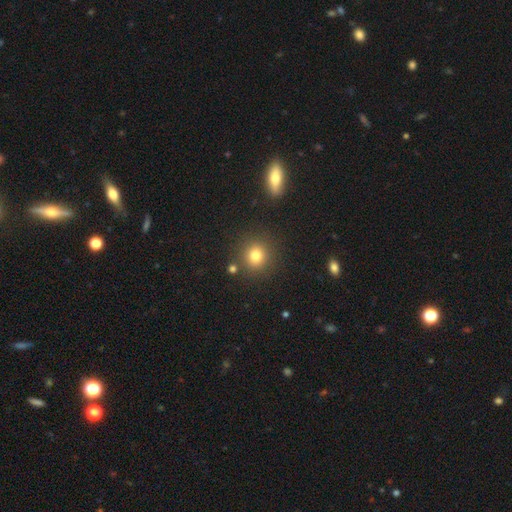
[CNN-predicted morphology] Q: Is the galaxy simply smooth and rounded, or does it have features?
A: smooth — 80%.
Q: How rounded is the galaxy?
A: round — 89%.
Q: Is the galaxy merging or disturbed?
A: none — 84%.